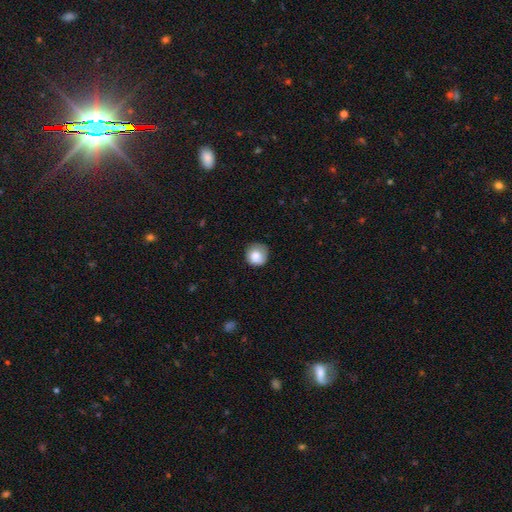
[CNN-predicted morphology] type=smooth (80%); roundness=round (91%); merging=none (74%).